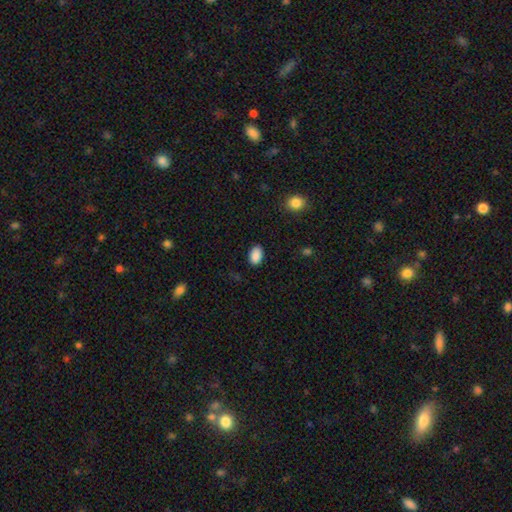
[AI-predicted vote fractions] A smooth galaxy with no disk features (89%) that is in between round and cigar-shaped (88%). Merging: none (86%).